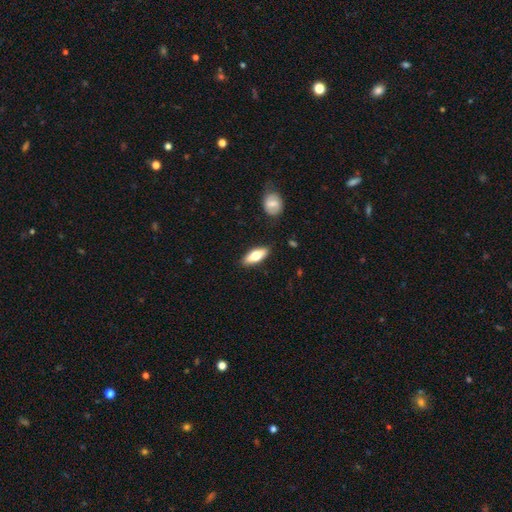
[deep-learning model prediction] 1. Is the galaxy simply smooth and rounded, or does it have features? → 63% smooth, 31% featured or disk, 6% star or artifact.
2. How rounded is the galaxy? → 63% in between, 35% cigar-shaped, 3% round.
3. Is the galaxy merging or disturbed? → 87% none, 9% minor disturbance, 2% major disturbance, 2% merger.